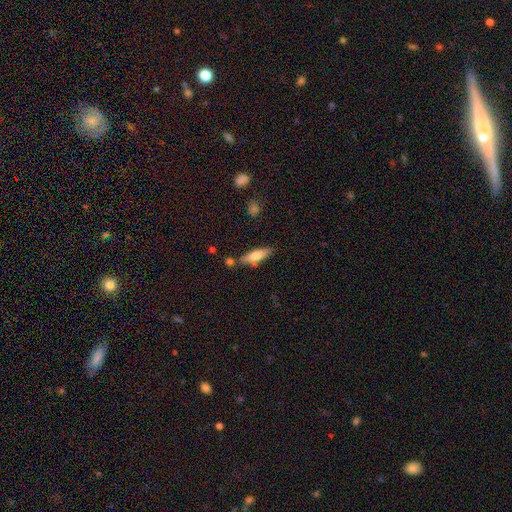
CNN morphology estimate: A smooth galaxy with no disk features (65%) that is cigar-shaped (61%).

Vote fractions:
- Smooth or featured? smooth: 65% / featured or disk: 28% / star or artifact: 7%
- How rounded? cigar-shaped: 61% / in between: 37% / round: 2%
- Merging? none: 70% / minor disturbance: 16% / merger: 10% / major disturbance: 4%